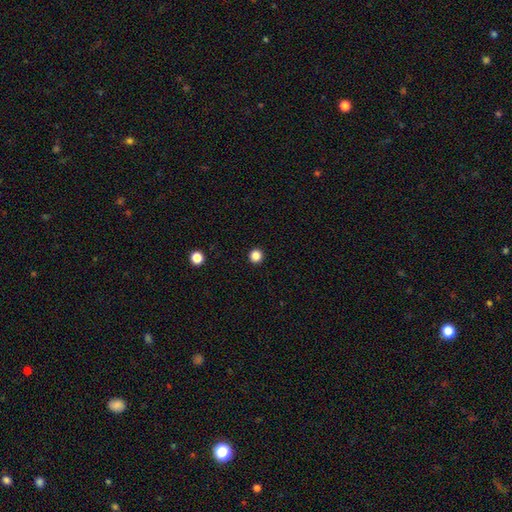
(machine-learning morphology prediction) Q: Smooth or featured?
A: smooth (85%); runner-up: star or artifact (12%)
Q: How rounded?
A: round (96%); runner-up: in between (3%)
Q: Merging?
A: none (94%); runner-up: minor disturbance (4%)